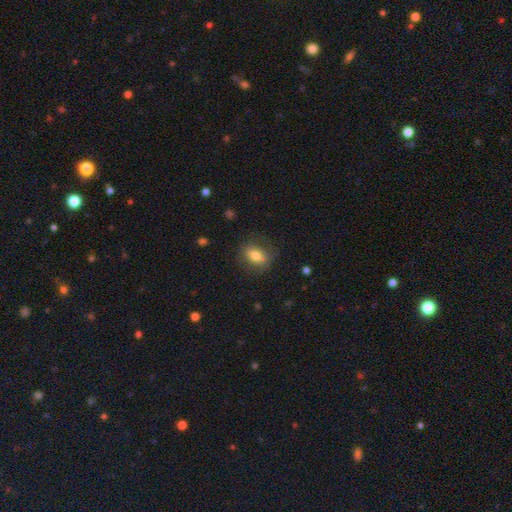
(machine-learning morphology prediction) This is likely a smooth galaxy (72%). How rounded: likely in between (67%). Merging: likely none (76%).